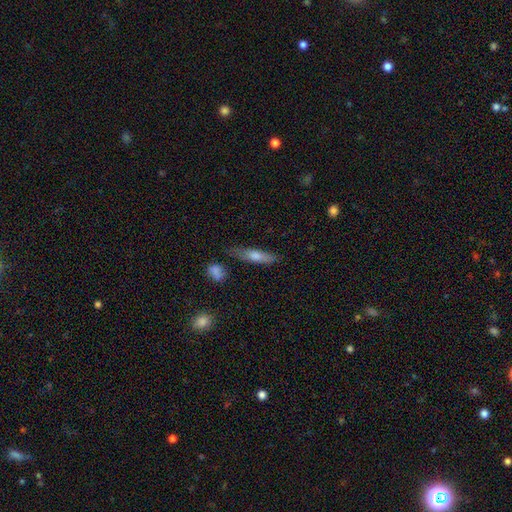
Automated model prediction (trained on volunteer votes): smooth-or-featured: smooth: 61% | featured or disk: 31% | star or artifact: 8%
  how-rounded: cigar-shaped: 75% | in between: 22% | round: 3%
  merging: none: 71% | minor disturbance: 20% | major disturbance: 5% | merger: 4%